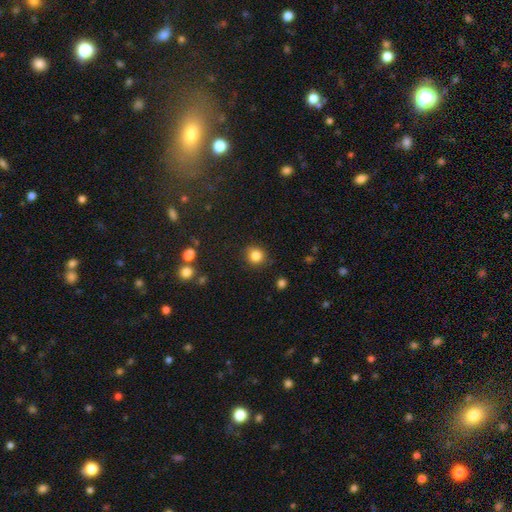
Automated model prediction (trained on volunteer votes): Smooth or featured? smooth (84%)
How rounded? round (89%)
Merging? none (88%)